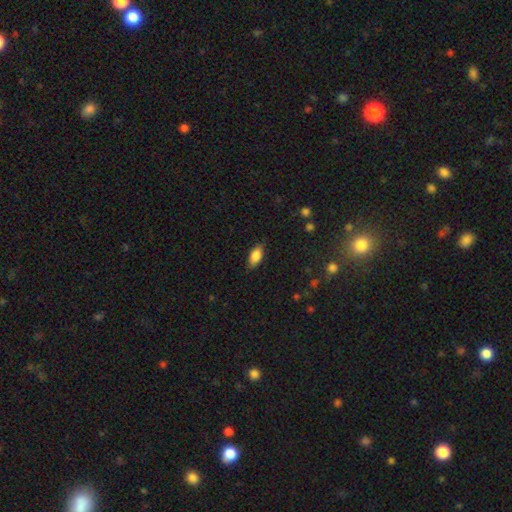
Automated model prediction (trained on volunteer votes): Smooth or featured? smooth (85%)
How rounded? in between (89%)
Merging? none (83%)